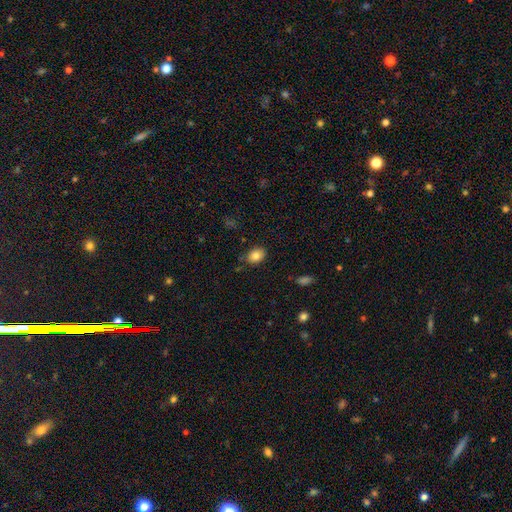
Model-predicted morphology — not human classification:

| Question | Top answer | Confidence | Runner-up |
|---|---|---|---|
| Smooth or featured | smooth | 83% | star or artifact (9%) |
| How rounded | in between | 70% | round (29%) |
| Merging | none | 81% | minor disturbance (14%) |